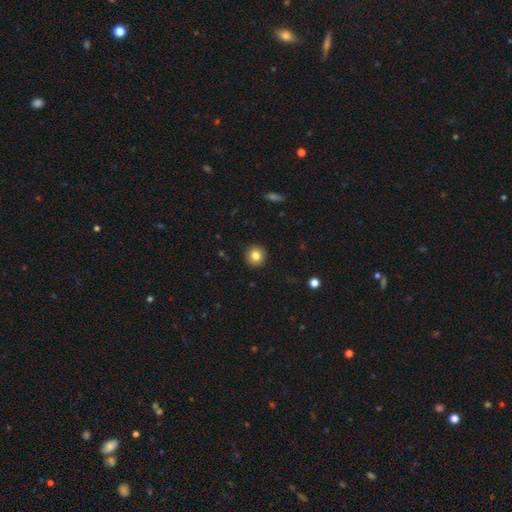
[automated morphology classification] Smooth or featured? Predicted: smooth (p=0.82). How rounded? Predicted: round (p=0.93). Merging? Predicted: none (p=0.92).